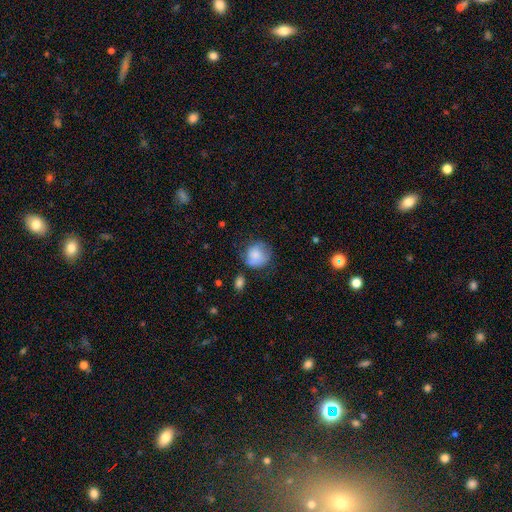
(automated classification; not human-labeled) smooth_or_featured: smooth (p=0.78) [alt: featured or disk p=0.14]
how_rounded: round (p=0.82) [alt: in between p=0.17]
merging: none (p=0.54) [alt: minor disturbance p=0.30]